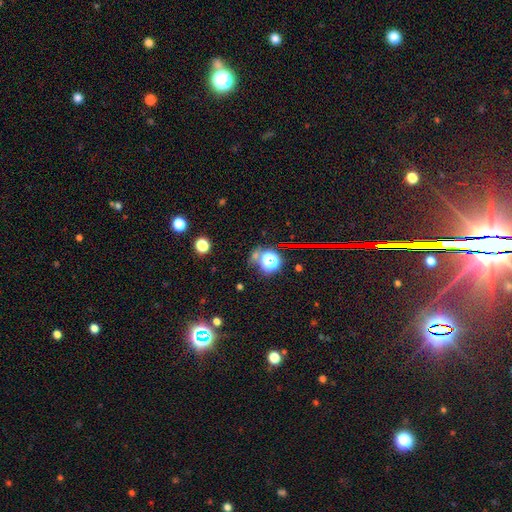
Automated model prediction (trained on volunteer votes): Smooth or featured? star or artifact (63%)